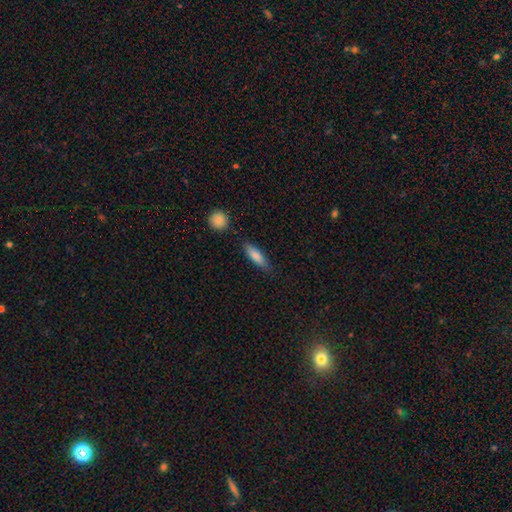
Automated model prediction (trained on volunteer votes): smooth-or-featured: smooth: 82% | featured or disk: 12% | star or artifact: 6%
  how-rounded: cigar-shaped: 55% | in between: 43% | round: 2%
  merging: none: 79% | minor disturbance: 14% | merger: 3% | major disturbance: 3%